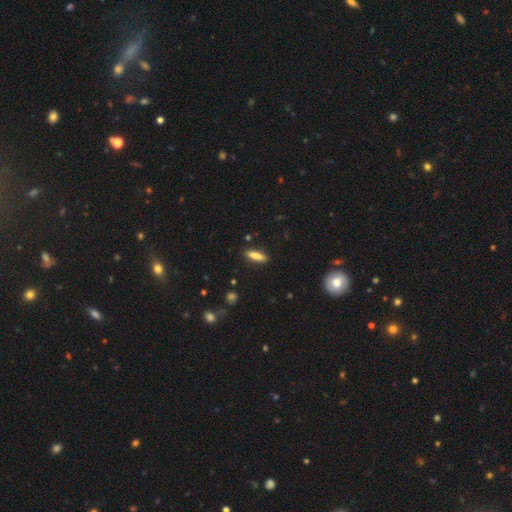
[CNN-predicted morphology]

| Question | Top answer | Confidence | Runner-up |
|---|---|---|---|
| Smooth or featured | smooth | 83% | featured or disk (11%) |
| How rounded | cigar-shaped | 56% | in between (43%) |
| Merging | none | 87% | minor disturbance (10%) |